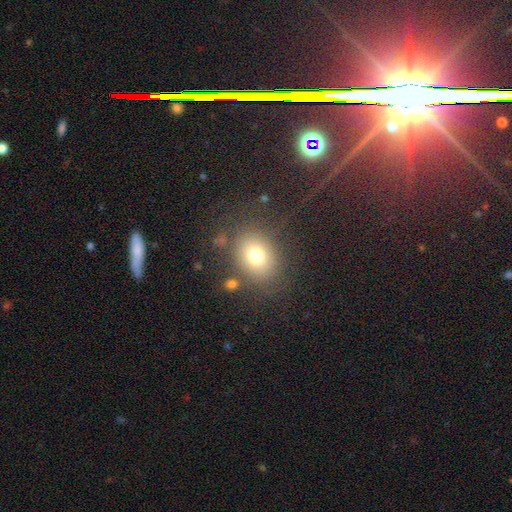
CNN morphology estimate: A smooth galaxy with no disk features (75%) that is round (54%).

Vote fractions:
- Smooth or featured? smooth: 75% / star or artifact: 13% / featured or disk: 12%
- How rounded? round: 54% / in between: 45% / cigar-shaped: 1%
- Merging? none: 77% / minor disturbance: 12% / major disturbance: 7% / merger: 4%